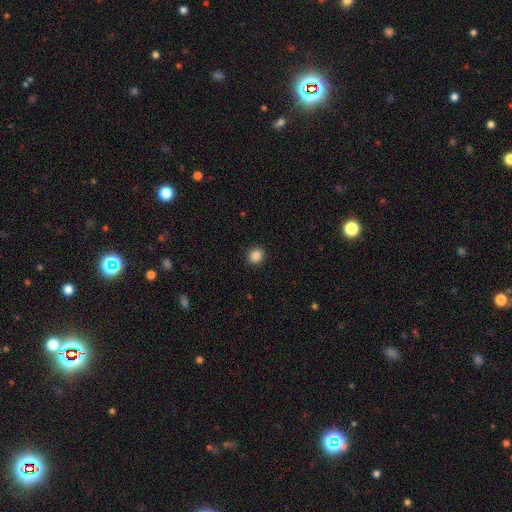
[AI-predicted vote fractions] A smooth galaxy with no disk features (87%) that is round (79%).

Vote fractions:
- Smooth or featured? smooth: 87% / star or artifact: 10% / featured or disk: 3%
- How rounded? round: 79% / in between: 20% / cigar-shaped: 1%
- Merging? none: 92% / minor disturbance: 6% / major disturbance: 2% / merger: 1%